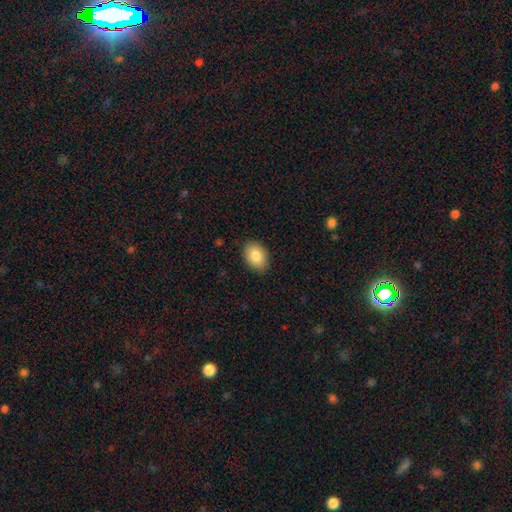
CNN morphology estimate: Smooth or featured? smooth (85%)
How rounded? in between (79%)
Merging? none (88%)